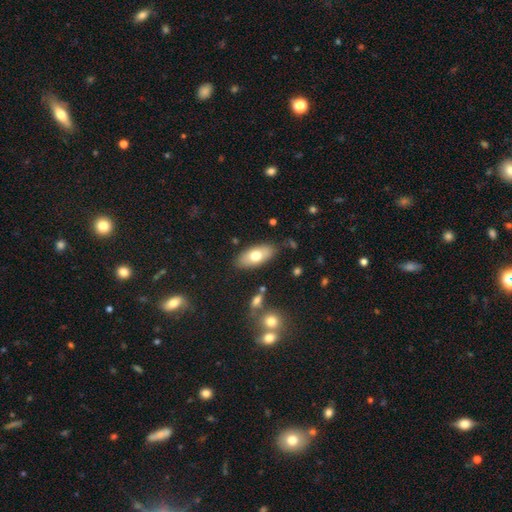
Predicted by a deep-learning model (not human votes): This is likely a smooth galaxy (70%). How rounded: clearly in between (87%). Merging: clearly none (82%).